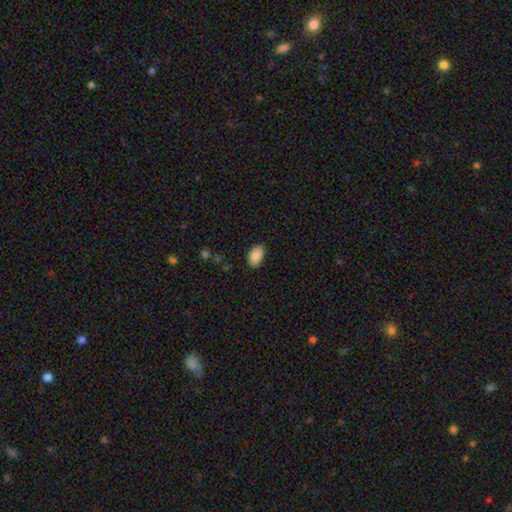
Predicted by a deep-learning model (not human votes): Smooth or featured: smooth — 89% (star or artifact — 7%)
How rounded: in between — 93% (round — 6%)
Merging: none — 85% (minor disturbance — 11%)